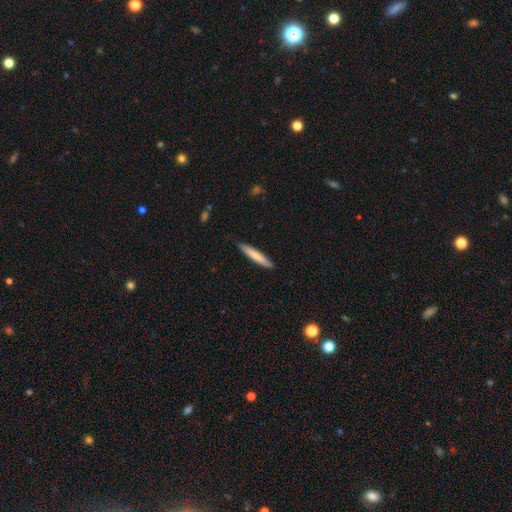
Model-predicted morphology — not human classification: This appears to be a smooth galaxy with no disk features (76%) that is cigar-shaped (93%). Merging: none (88%).